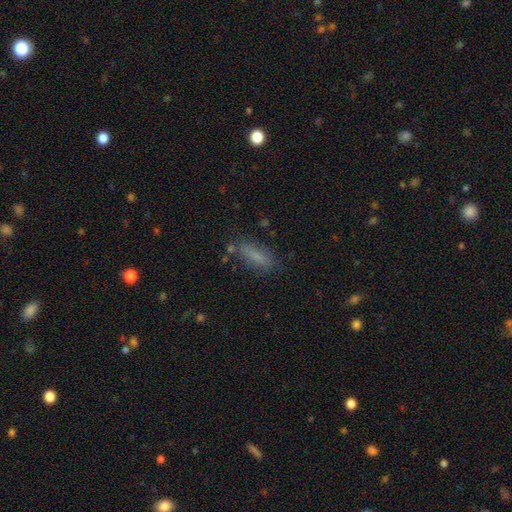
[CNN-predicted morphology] A smooth galaxy with no disk features (71%) that is cigar-shaped (54%).

Vote fractions:
- Smooth or featured? smooth: 71% / featured or disk: 17% / star or artifact: 12%
- How rounded? cigar-shaped: 54% / in between: 44% / round: 3%
- Merging? none: 73% / minor disturbance: 16% / major disturbance: 6% / merger: 5%